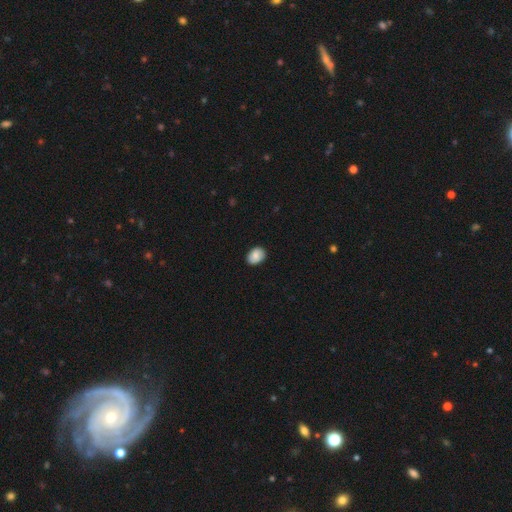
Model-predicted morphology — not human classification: A smooth galaxy with no disk features (86%) that is in between round and cigar-shaped (72%).

Vote fractions:
- Smooth or featured? smooth: 86% / star or artifact: 7% / featured or disk: 7%
- How rounded? in between: 72% / round: 27% / cigar-shaped: 1%
- Merging? none: 88% / minor disturbance: 9% / major disturbance: 2% / merger: 1%